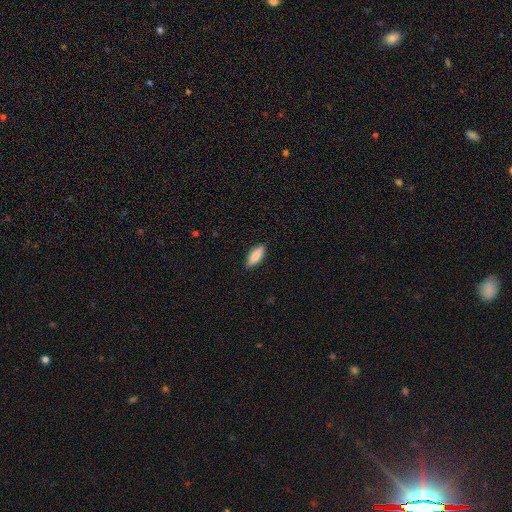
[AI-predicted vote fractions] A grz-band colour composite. It shows a smooth galaxy with no disk features (77%) that is in between round and cigar-shaped (59%). Merging: none (88%).